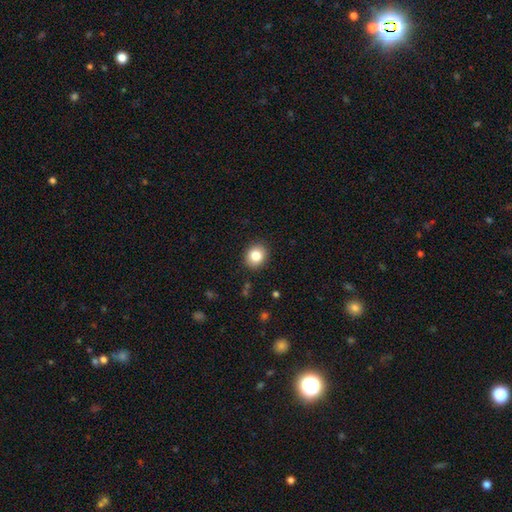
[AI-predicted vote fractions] smooth-or-featured: smooth: 83% | star or artifact: 10% | featured or disk: 7%
  how-rounded: round: 71% | in between: 28% | cigar-shaped: 1%
  merging: none: 90% | minor disturbance: 7% | major disturbance: 2% | merger: 1%